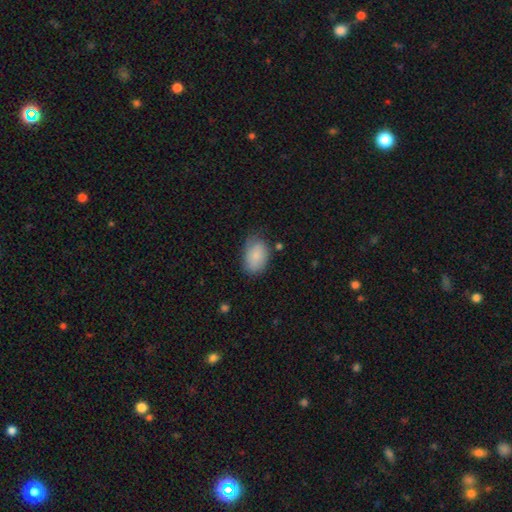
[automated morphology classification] smooth 83%, featured or disk 10%, star or artifact 6%. Down the decision tree: how rounded — in between (87%); merging — none (66%).